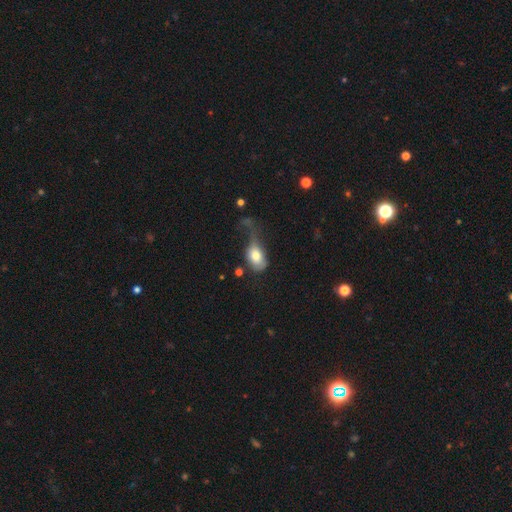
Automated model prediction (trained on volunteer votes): This is likely a smooth galaxy (72%). How rounded: clearly in between (82%). Merging: possibly major disturbance (54%).